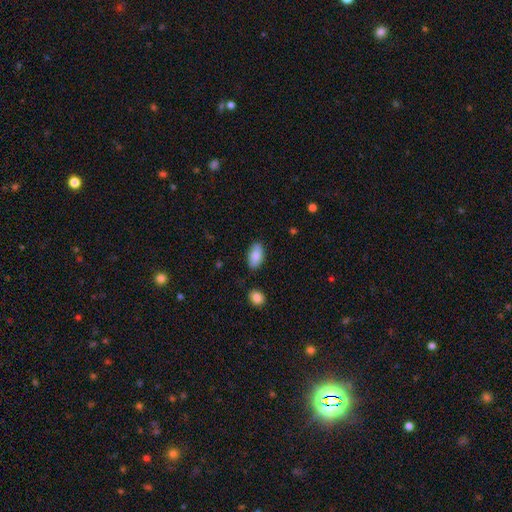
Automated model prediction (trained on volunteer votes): Q: Smooth or featured?
A: smooth (88%); runner-up: star or artifact (6%)
Q: How rounded?
A: in between (92%); runner-up: cigar-shaped (5%)
Q: Merging?
A: none (81%); runner-up: minor disturbance (14%)